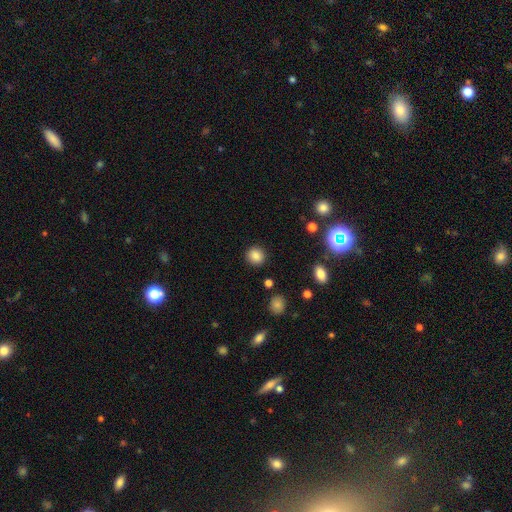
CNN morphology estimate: Smooth or featured: smooth — 85% (star or artifact — 11%)
How rounded: round — 90% (in between — 9%)
Merging: none — 90% (minor disturbance — 6%)